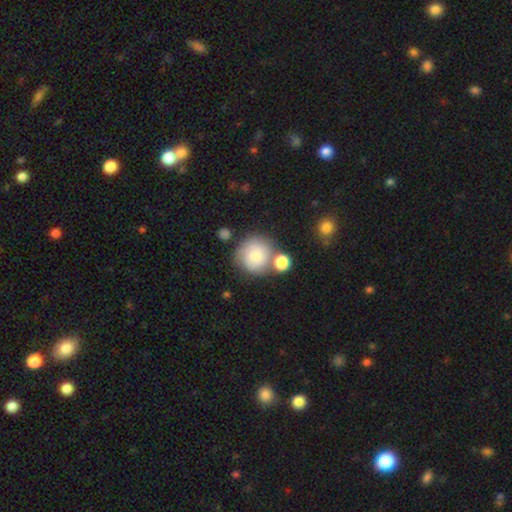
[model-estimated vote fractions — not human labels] Smooth or featured? Predicted: smooth (p=0.69). How rounded? Predicted: round (p=0.89). Merging? Predicted: none (p=0.50).